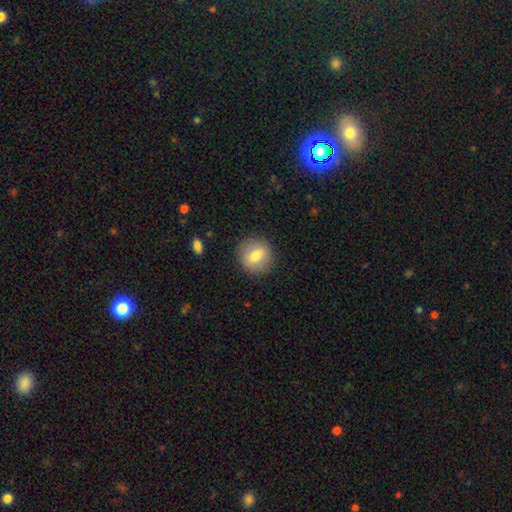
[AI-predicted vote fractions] The model was most divided on "smooth or featured": smooth: 73%, featured or disk: 18%, star or artifact: 8%. More confident: merging — none (88%); how rounded — round (87%).